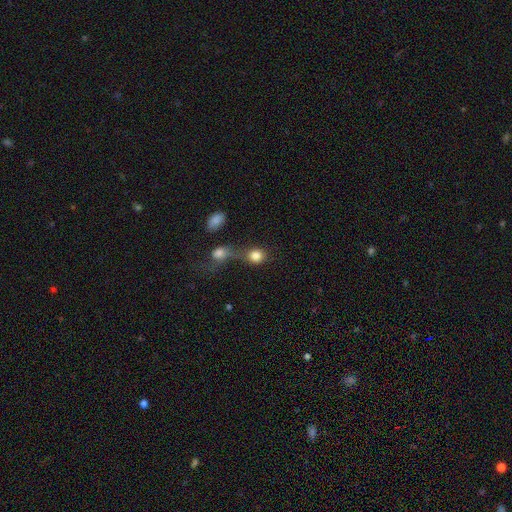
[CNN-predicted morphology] Smooth or featured: smooth — 82% (star or artifact — 9%)
How rounded: round — 76% (in between — 22%)
Merging: merger — 48% (none — 33%)